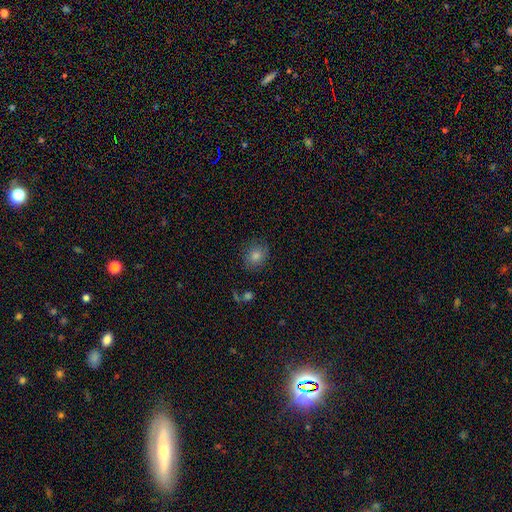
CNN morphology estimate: smooth 77%, star or artifact 15%, featured or disk 8%. Down the decision tree: how rounded — round (69%); merging — none (85%).